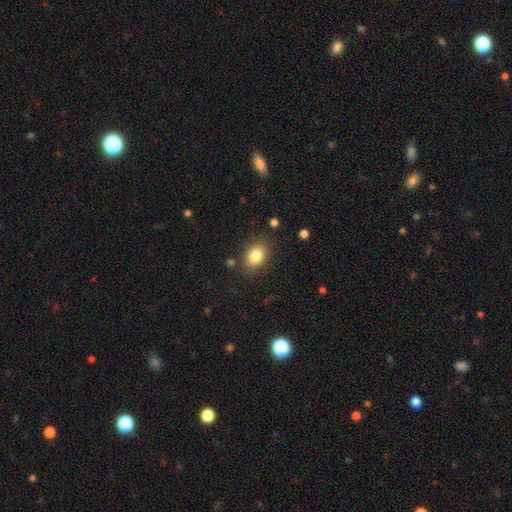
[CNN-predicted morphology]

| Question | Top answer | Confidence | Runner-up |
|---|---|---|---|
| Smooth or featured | smooth | 83% | star or artifact (9%) |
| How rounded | in between | 74% | round (25%) |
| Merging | none | 83% | minor disturbance (11%) |